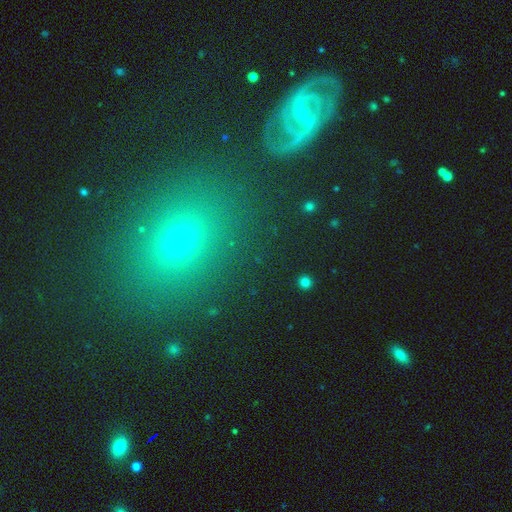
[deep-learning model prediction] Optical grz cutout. It shows a smooth galaxy with no disk features (44%). Merging: none (84%).